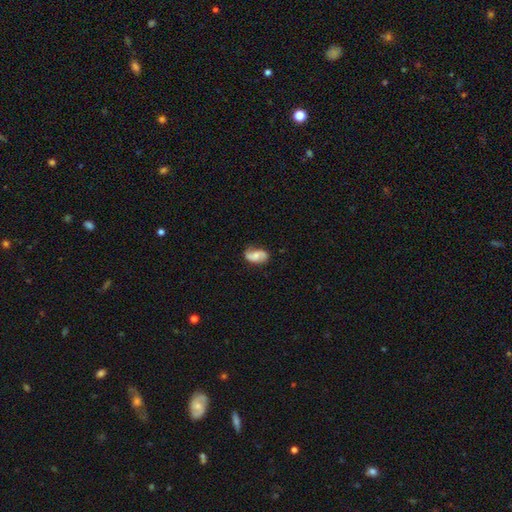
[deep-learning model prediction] Overall: featured or disk (54%; smooth 38%). Edge-on disk: no (96%). Bar: no (59%; weak 32%). Spiral arms: yes (89%). Bulge size: moderate (47%; small 35%). Merging: none (69%).